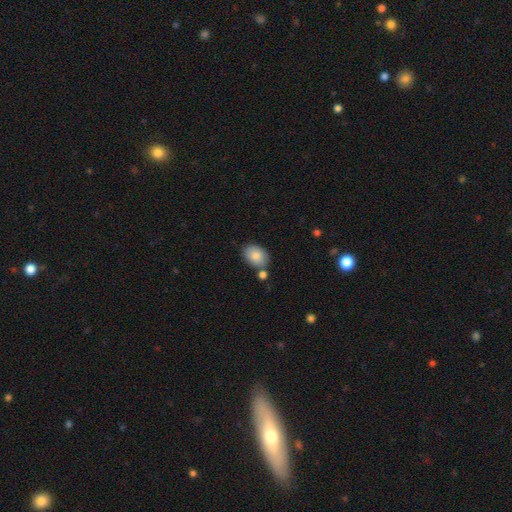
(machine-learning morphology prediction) A smooth galaxy with no disk features (84%) that is in between round and cigar-shaped (82%). Merging: none (73%).